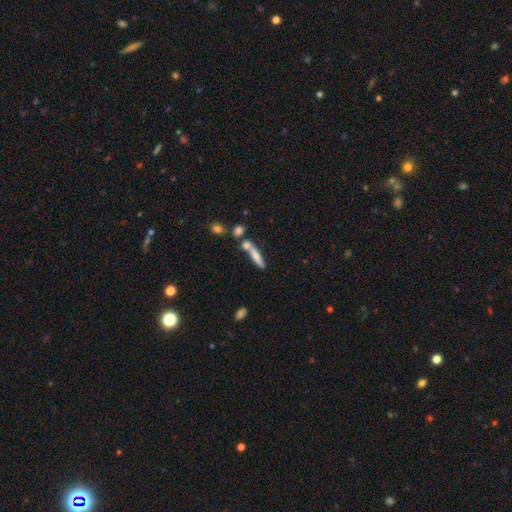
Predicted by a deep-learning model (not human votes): Smooth or featured? Predicted: smooth (p=0.62). How rounded? Predicted: cigar-shaped (p=0.79). Merging? Predicted: none (p=0.54).